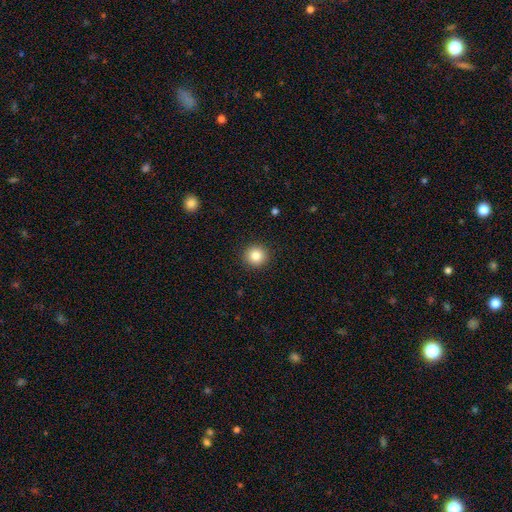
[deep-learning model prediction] smooth-or-featured: smooth: 84% | star or artifact: 10% | featured or disk: 6%
  how-rounded: round: 94% | in between: 5% | cigar-shaped: 1%
  merging: none: 92% | minor disturbance: 5% | major disturbance: 2% | merger: 1%